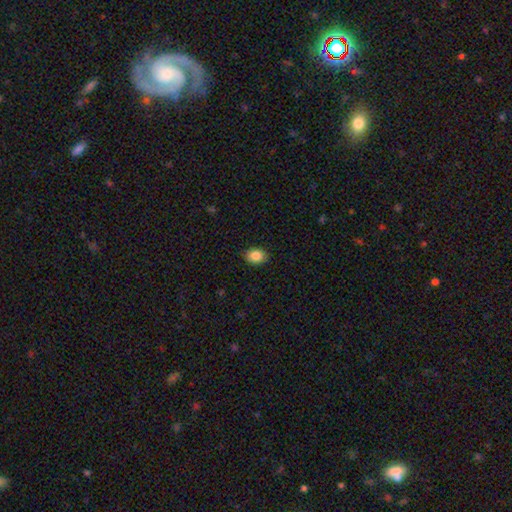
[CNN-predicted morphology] Smooth or featured: smooth — 86% (star or artifact — 9%)
How rounded: in between — 63% (round — 36%)
Merging: none — 89% (minor disturbance — 8%)